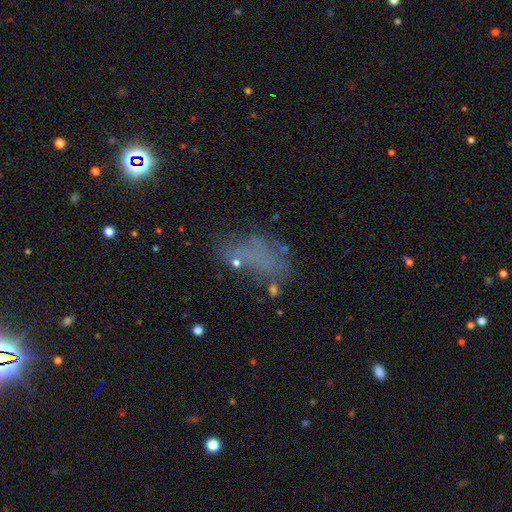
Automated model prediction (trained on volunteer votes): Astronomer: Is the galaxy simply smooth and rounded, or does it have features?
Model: star or artifact — 38% (runner-up: smooth, 35%).